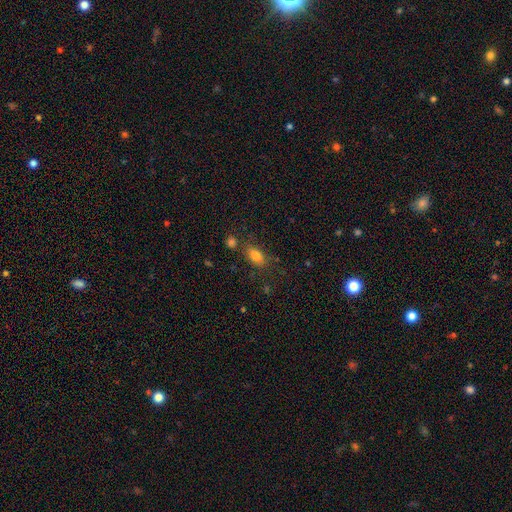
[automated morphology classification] A smooth galaxy with no disk features (80%) that is in between round and cigar-shaped (84%).

Vote fractions:
- Smooth or featured? smooth: 80% / star or artifact: 10% / featured or disk: 9%
- How rounded? in between: 84% / round: 11% / cigar-shaped: 5%
- Merging? none: 71% / minor disturbance: 15% / merger: 8% / major disturbance: 5%